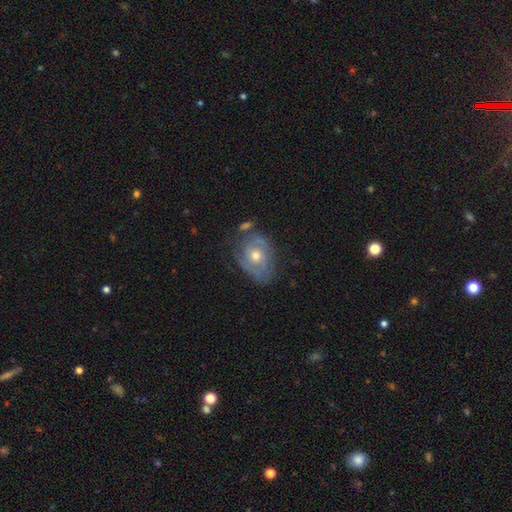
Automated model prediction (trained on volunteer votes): Smooth or featured? Predicted: featured or disk (p=0.67). Edge-on disk? Predicted: no (p=0.95). Bar? Predicted: no (p=0.80). Spiral arms? Predicted: yes (p=0.72). Bulge size? Predicted: moderate (p=0.73). Merging? Predicted: none (p=0.60).